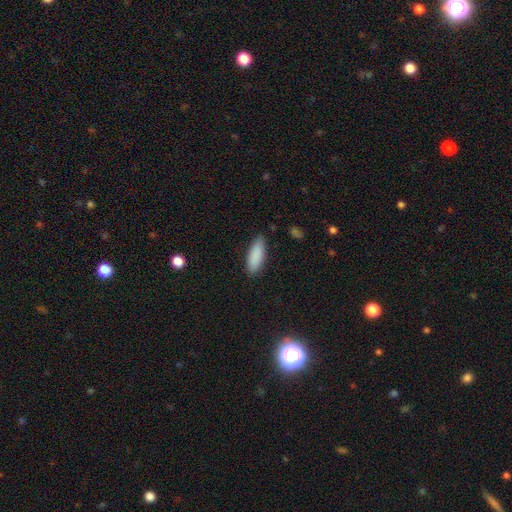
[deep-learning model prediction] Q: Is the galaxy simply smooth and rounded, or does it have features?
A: smooth — 89%.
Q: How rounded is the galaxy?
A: in between — 64%.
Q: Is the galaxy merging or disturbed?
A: none — 85%.